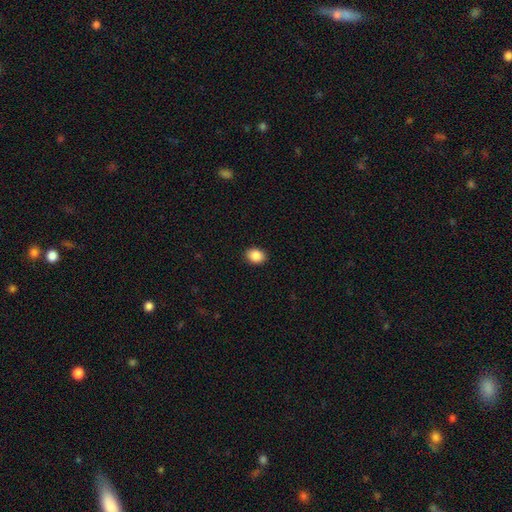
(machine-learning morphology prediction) Smooth or featured? Predicted: smooth (p=0.88). How rounded? Predicted: in between (p=0.57). Merging? Predicted: none (p=0.91).